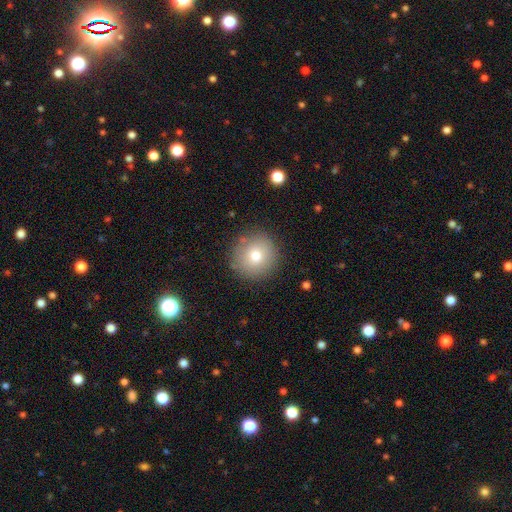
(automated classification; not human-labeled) A smooth galaxy with no disk features (76%) that is round (94%).

Vote fractions:
- Smooth or featured? smooth: 76% / featured or disk: 13% / star or artifact: 12%
- How rounded? round: 94% / in between: 5% / cigar-shaped: 1%
- Merging? none: 87% / minor disturbance: 8% / major disturbance: 3% / merger: 2%